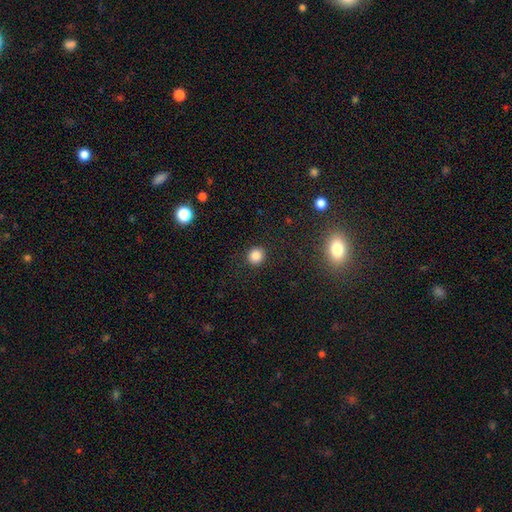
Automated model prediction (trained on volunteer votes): Smooth or featured? smooth (85%)
How rounded? round (88%)
Merging? none (91%)